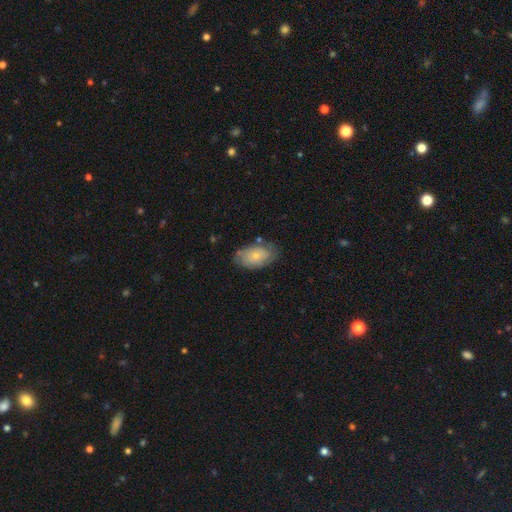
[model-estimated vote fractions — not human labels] The model was most divided on "smooth or featured": smooth: 62%, featured or disk: 32%, star or artifact: 7%. More confident: how rounded — in between (92%); merging — none (68%).